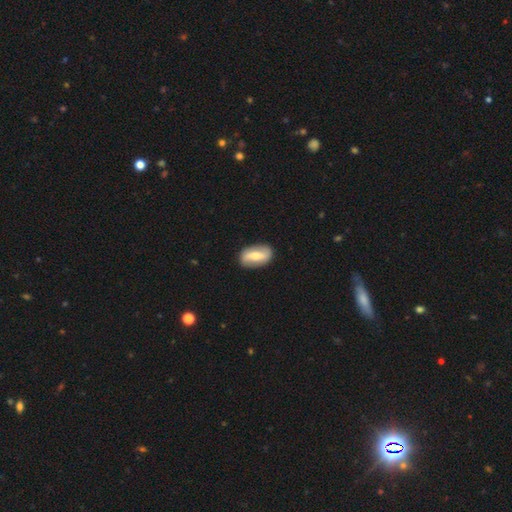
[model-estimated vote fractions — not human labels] This appears to be a featured or disk galaxy (56%) with a strong bar (50%), spiral arms (66%) and a moderate central bulge (59%). Merging: none (87%).